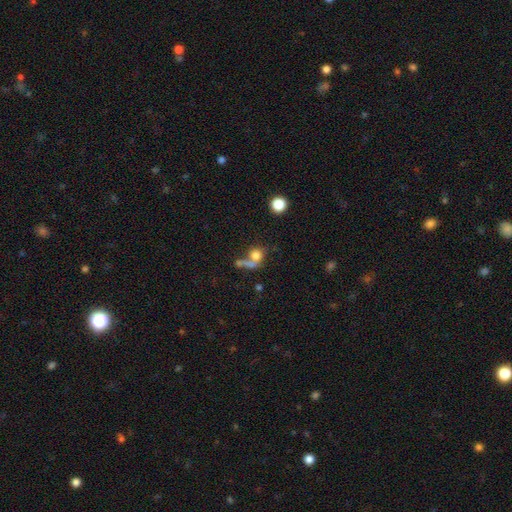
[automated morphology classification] Overall: smooth (69%). How rounded: round (76%). Merging: merger (36%; none 35%).